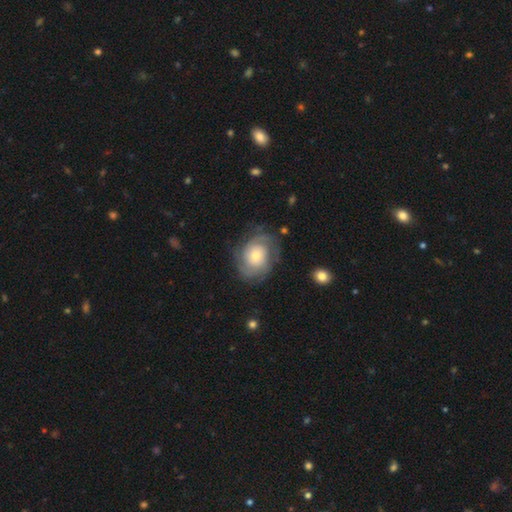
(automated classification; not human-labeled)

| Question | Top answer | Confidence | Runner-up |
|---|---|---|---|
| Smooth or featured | featured or disk | 74% | smooth (20%) |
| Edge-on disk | no | 97% | yes (3%) |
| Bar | no | 77% | weak (19%) |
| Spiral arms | yes | 91% | no (9%) |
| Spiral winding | tight | 61% | medium (30%) |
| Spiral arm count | can't tell | 35% | 2 (30%) |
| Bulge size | moderate | 49% | small (35%) |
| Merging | none | 72% | minor disturbance (17%) |